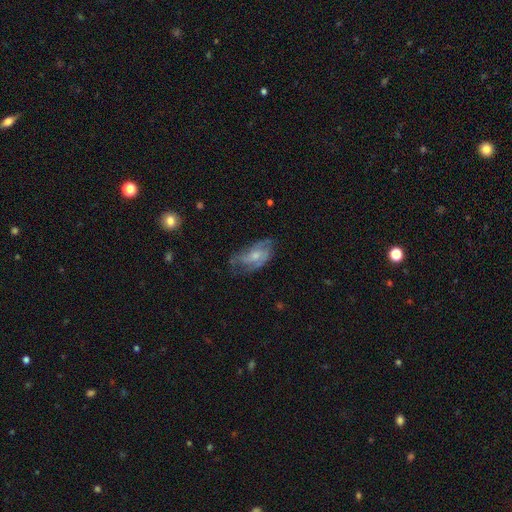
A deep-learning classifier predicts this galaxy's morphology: The model was most divided on "bulge size" (2-way tie): small: 45%, moderate: 45%, none: 6%, large: 4%, dominant: 1%. Remaining: edge-on disk — no (94%); spiral arms — yes (76%); bar — no (69%); smooth or featured — featured or disk (60%); merging — none (50%).